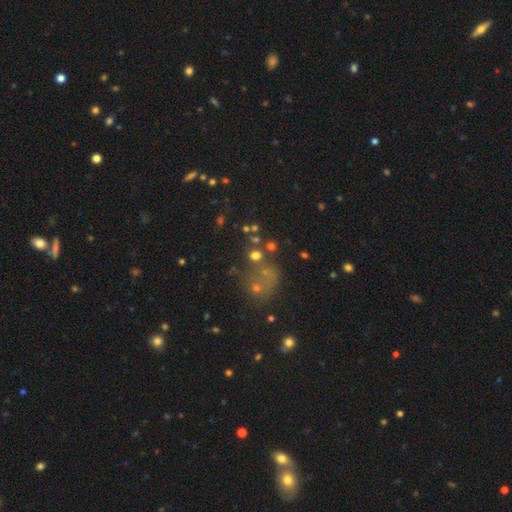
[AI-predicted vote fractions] Q: Smooth or featured?
A: smooth (58%); runner-up: star or artifact (28%)
Q: How rounded?
A: round (79%); runner-up: in between (19%)
Q: Merging?
A: none (53%); runner-up: merger (27%)